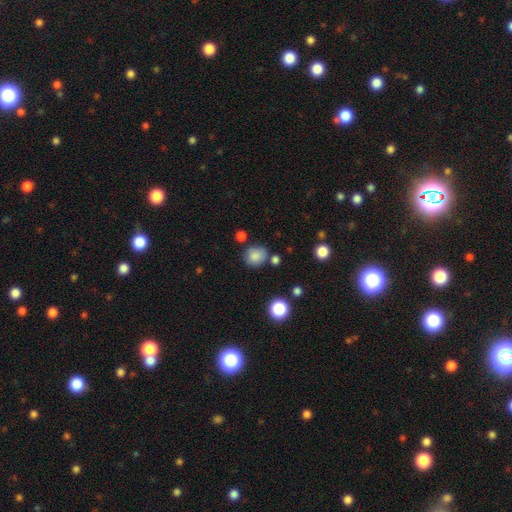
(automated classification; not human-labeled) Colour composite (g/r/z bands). It shows a smooth galaxy with no disk features (84%) that is round (80%). Merging: none (74%).